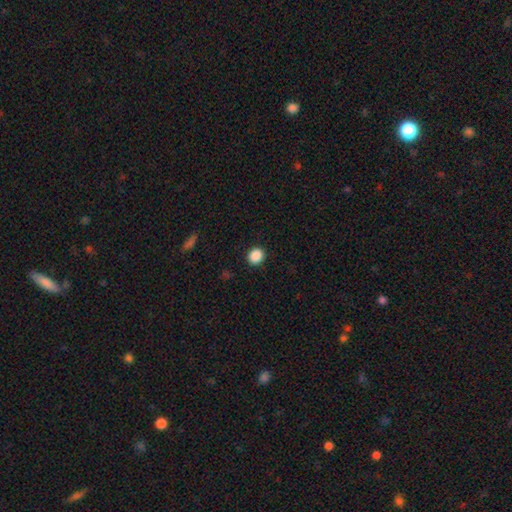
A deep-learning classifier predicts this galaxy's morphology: smooth 88%, star or artifact 9%, featured or disk 2%. Down the decision tree: how rounded — round (79%); merging — none (91%).